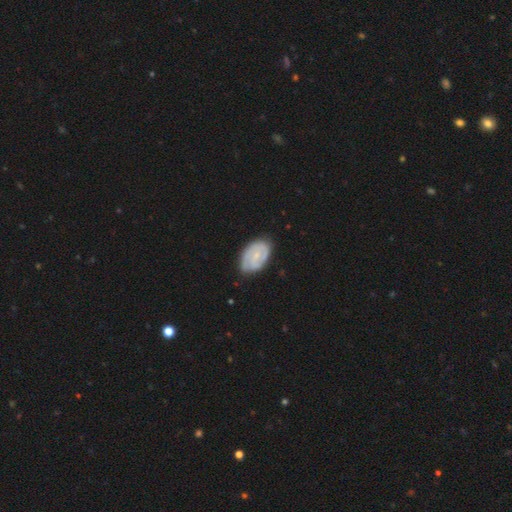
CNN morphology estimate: Smooth or featured?
  - featured or disk: 70% *
  - smooth: 25%
  - star or artifact: 5%
Edge-on disk?
  - no: 97% *
  - yes: 3%
Bar?
  - no: 49% *
  - weak: 42%
  - strong: 9%
Spiral arms?
  - yes: 87% *
  - no: 13%
Spiral winding?
  - tight: 58% *
  - medium: 32%
  - loose: 10%
Spiral arm count?
  - 2: 60% *
  - can't tell: 22%
  - 1: 7%
  - 3: 7%
  - 4: 2%
  - more than 4: 2%
Bulge size?
  - small: 68% *
  - moderate: 20%
  - none: 10%
  - large: 1%
  - dominant: 1%
Merging?
  - none: 71% *
  - minor disturbance: 22%
  - major disturbance: 5%
  - merger: 2%